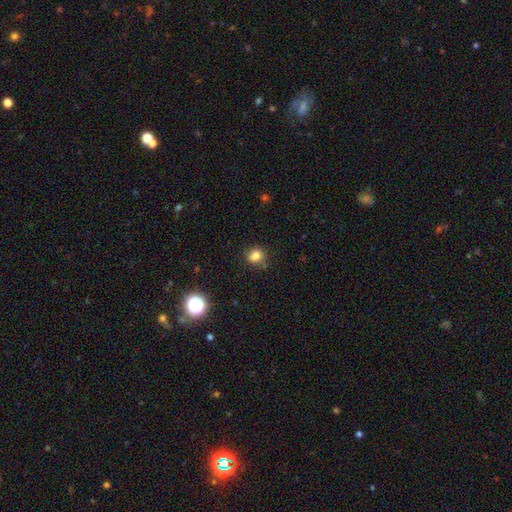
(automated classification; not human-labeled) This is likely a smooth galaxy (78%). How rounded: likely round (74%). Merging: likely none (67%).